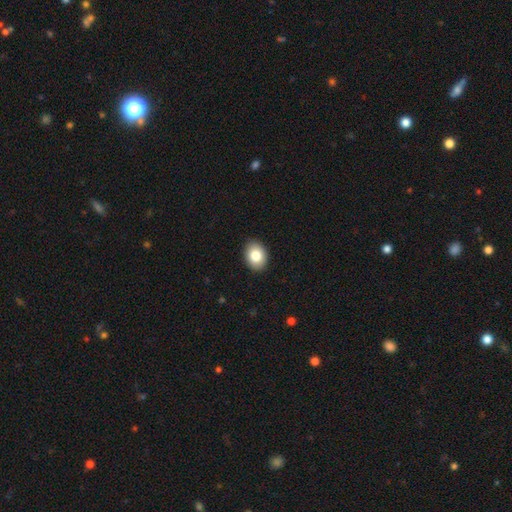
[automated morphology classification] smooth-or-featured: smooth: 83% | featured or disk: 9% | star or artifact: 8%
  how-rounded: in between: 62% | round: 38% | cigar-shaped: 1%
  merging: none: 90% | minor disturbance: 7% | major disturbance: 2% | merger: 1%